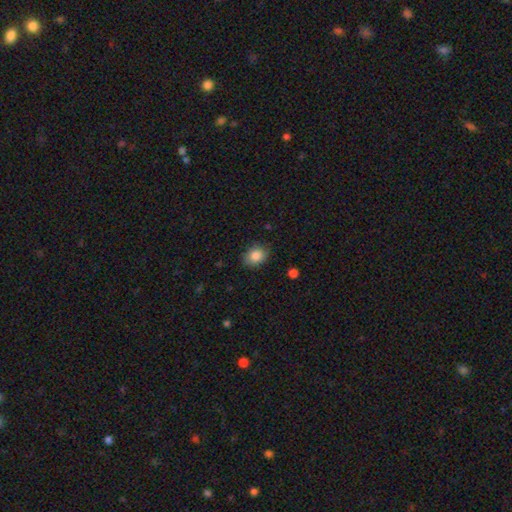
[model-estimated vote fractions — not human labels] Q: Smooth or featured?
A: smooth (85%); runner-up: star or artifact (9%)
Q: How rounded?
A: in between (58%); runner-up: round (41%)
Q: Merging?
A: none (83%); runner-up: minor disturbance (13%)